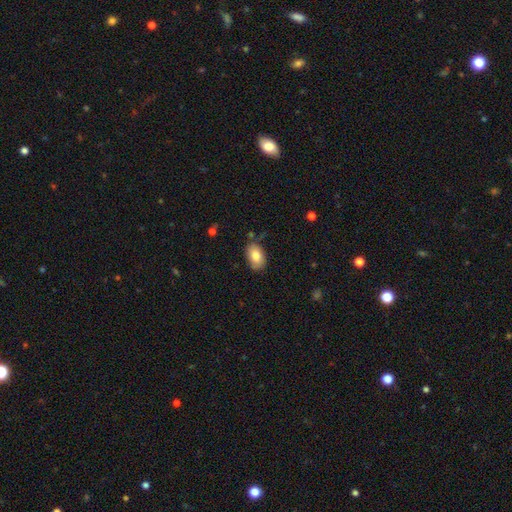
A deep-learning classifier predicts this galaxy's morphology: The model was most divided on "merging": none: 80%, minor disturbance: 14%, major disturbance: 3%, merger: 3%. More confident: how rounded — in between (90%); smooth or featured — smooth (82%).